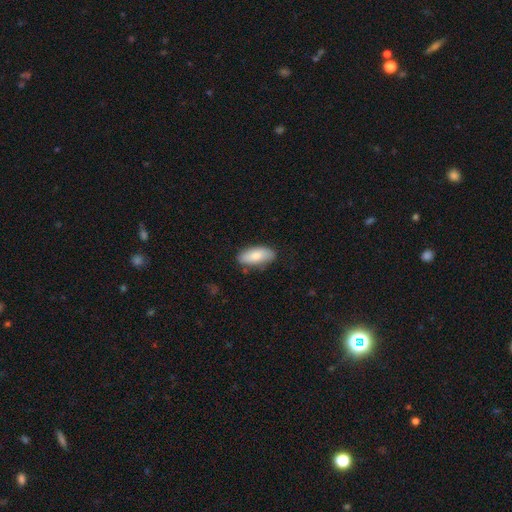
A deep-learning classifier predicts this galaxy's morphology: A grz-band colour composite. It shows a smooth galaxy with no disk features (79%) that is in between round and cigar-shaped (87%). Merging: none (80%).